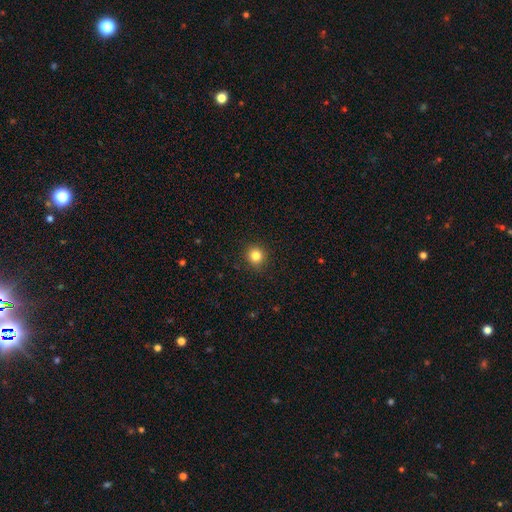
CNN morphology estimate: A smooth galaxy with no disk features (84%) that is round (92%). Merging: none (91%).